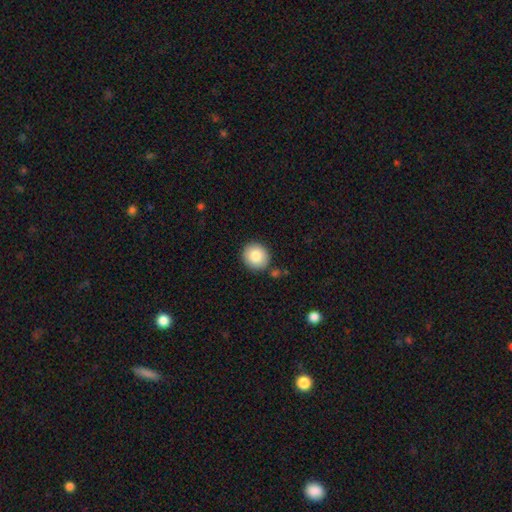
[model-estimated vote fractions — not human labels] A smooth galaxy with no disk features (84%) that is round (87%).

Vote fractions:
- Smooth or featured? smooth: 84% / featured or disk: 8% / star or artifact: 8%
- How rounded? round: 87% / in between: 12% / cigar-shaped: 1%
- Merging? none: 86% / minor disturbance: 8% / merger: 4% / major disturbance: 2%